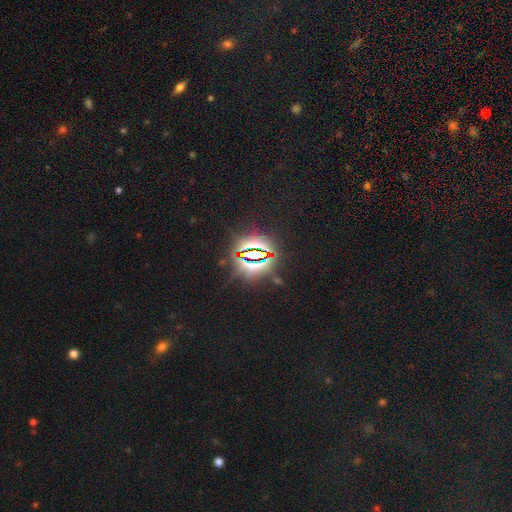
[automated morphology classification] Smooth or featured: star or artifact — 83% (smooth — 10%)